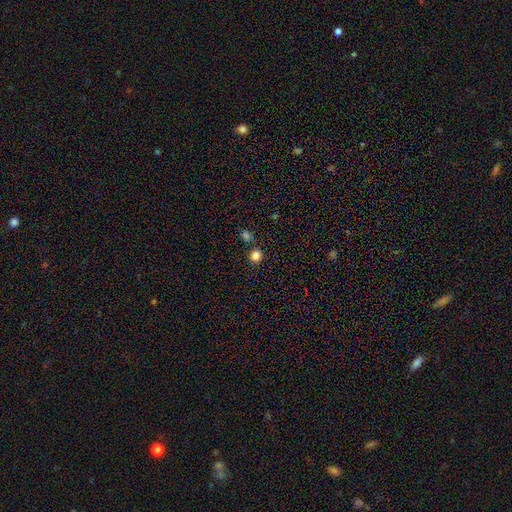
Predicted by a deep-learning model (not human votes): Smooth or featured? smooth (82%)
How rounded? round (91%)
Merging? none (84%)